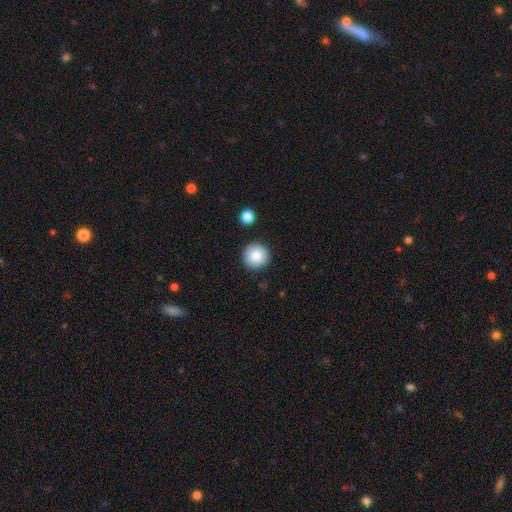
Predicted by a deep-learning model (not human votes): Q: Smooth or featured?
A: smooth (83%); runner-up: star or artifact (9%)
Q: How rounded?
A: round (96%); runner-up: in between (3%)
Q: Merging?
A: none (91%); runner-up: minor disturbance (5%)